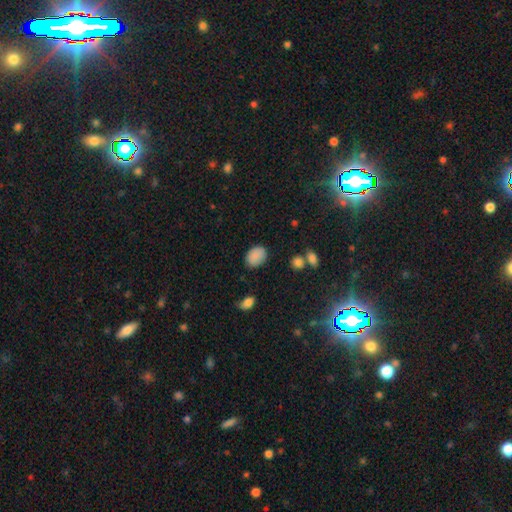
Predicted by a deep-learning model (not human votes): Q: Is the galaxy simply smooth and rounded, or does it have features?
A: smooth — 87%.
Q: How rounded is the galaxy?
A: in between — 77%.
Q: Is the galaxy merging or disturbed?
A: none — 81%.